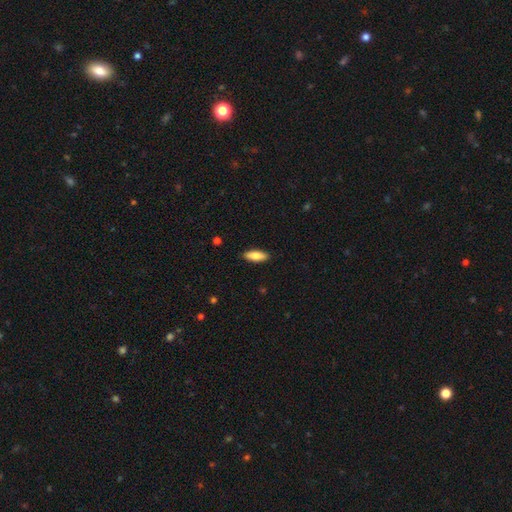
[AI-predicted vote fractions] A smooth galaxy with no disk features (84%) that is in between round and cigar-shaped (74%). Merging: none (90%).